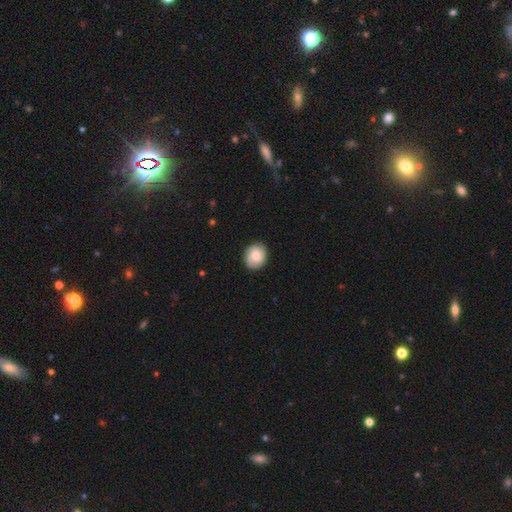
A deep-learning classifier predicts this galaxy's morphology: A smooth galaxy with no disk features (66%) that is round (64%). Merging: none (87%).